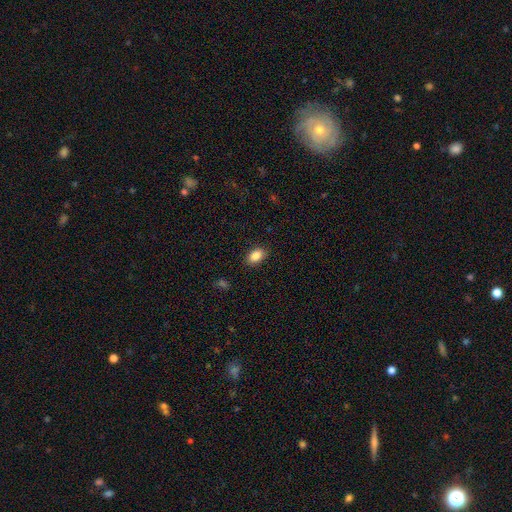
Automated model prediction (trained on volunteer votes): A smooth galaxy with no disk features (86%) that is in between round and cigar-shaped (87%).

Vote fractions:
- Smooth or featured? smooth: 86% / star or artifact: 8% / featured or disk: 6%
- How rounded? in between: 87% / round: 11% / cigar-shaped: 2%
- Merging? none: 88% / minor disturbance: 9% / major disturbance: 2% / merger: 1%